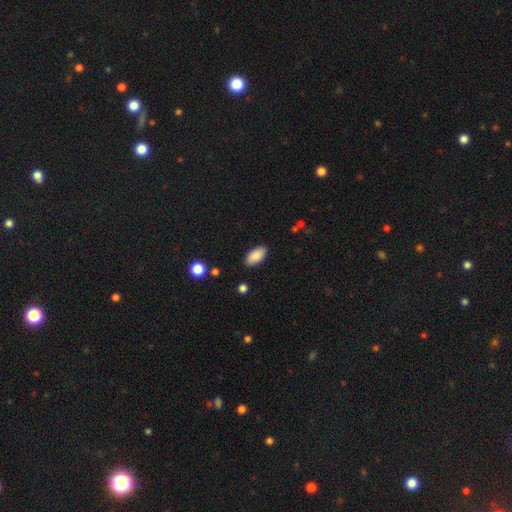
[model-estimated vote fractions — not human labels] smooth_or_featured: smooth (p=0.88) [alt: star or artifact p=0.07]
how_rounded: in between (p=0.93) [alt: cigar-shaped p=0.05]
merging: none (p=0.87) [alt: minor disturbance p=0.09]